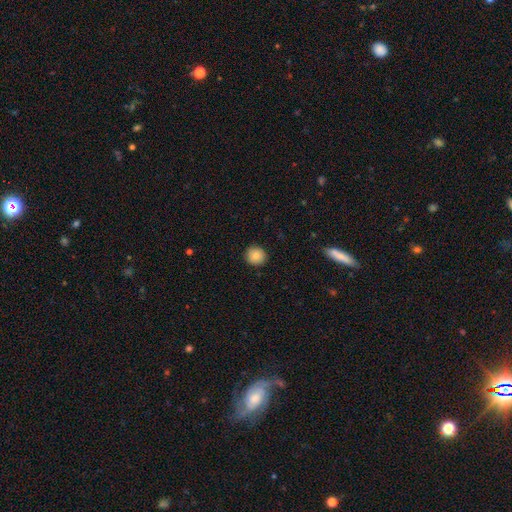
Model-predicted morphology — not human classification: Overall: smooth (85%). How rounded: round (92%). Merging: none (91%).